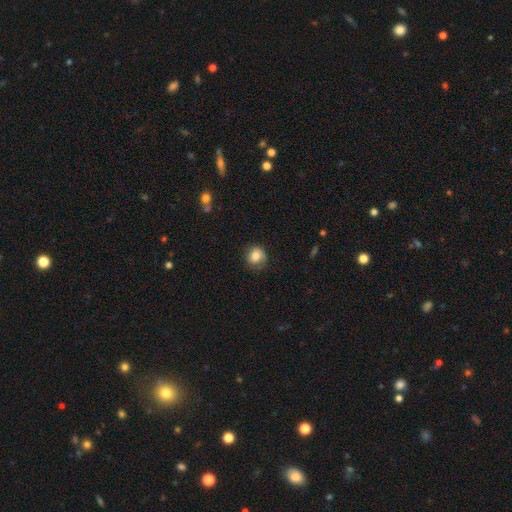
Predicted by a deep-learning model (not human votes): Smooth or featured?
  - smooth: 80% *
  - featured or disk: 11%
  - star or artifact: 9%
How rounded?
  - round: 79% *
  - in between: 20%
  - cigar-shaped: 1%
Merging?
  - none: 67% *
  - minor disturbance: 23%
  - major disturbance: 8%
  - merger: 1%